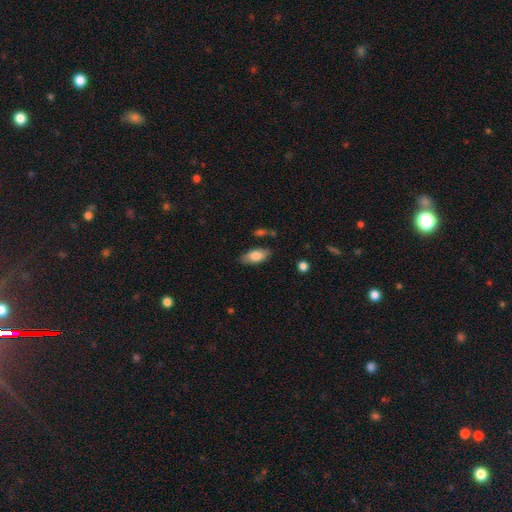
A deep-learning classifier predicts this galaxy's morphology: smooth_or_featured: smooth (p=0.78) [alt: featured or disk p=0.15]
how_rounded: in between (p=0.88) [alt: cigar-shaped p=0.10]
merging: none (p=0.79) [alt: minor disturbance p=0.14]